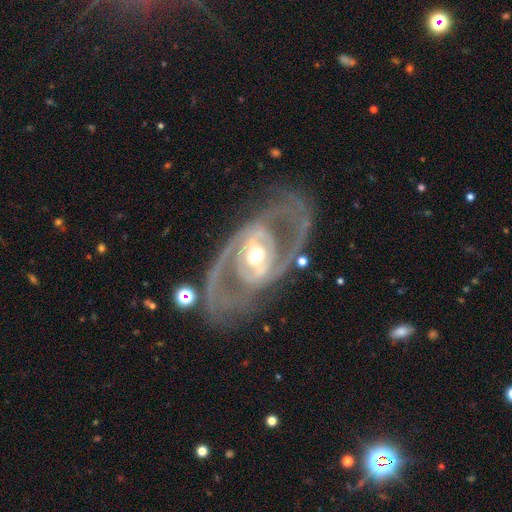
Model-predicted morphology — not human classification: A featured or disk galaxy (88%) with no bar (35%), 2 (85%) medium (45%) spiral arms (83%) and a moderate central bulge (72%). Merging: none (66%).